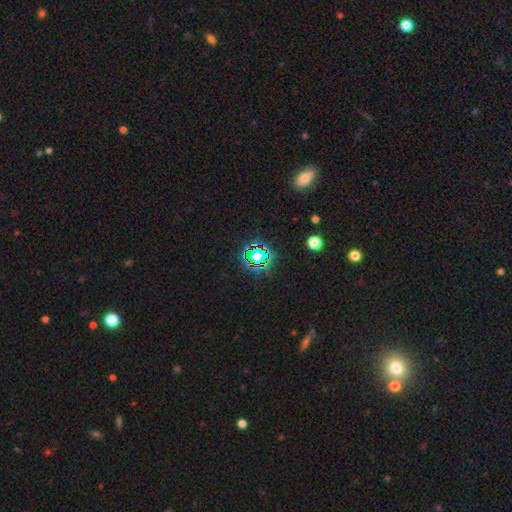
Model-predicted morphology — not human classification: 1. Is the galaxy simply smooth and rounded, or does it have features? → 73% star or artifact, 17% smooth, 10% featured or disk.